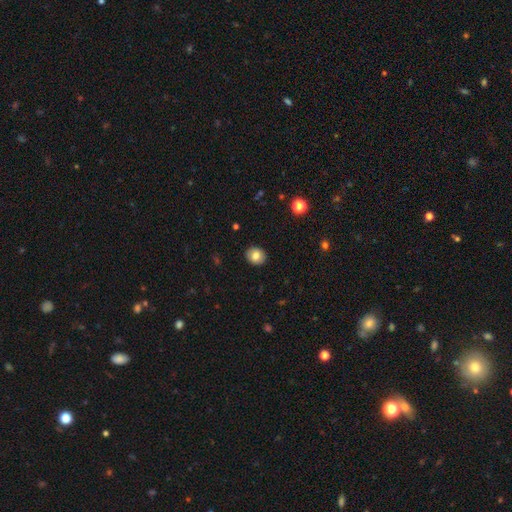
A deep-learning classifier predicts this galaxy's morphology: A smooth galaxy with no disk features (80%) that is round (71%).

Vote fractions:
- Smooth or featured? smooth: 80% / featured or disk: 11% / star or artifact: 9%
- How rounded? round: 71% / in between: 28% / cigar-shaped: 1%
- Merging? none: 91% / minor disturbance: 6% / major disturbance: 2% / merger: 1%